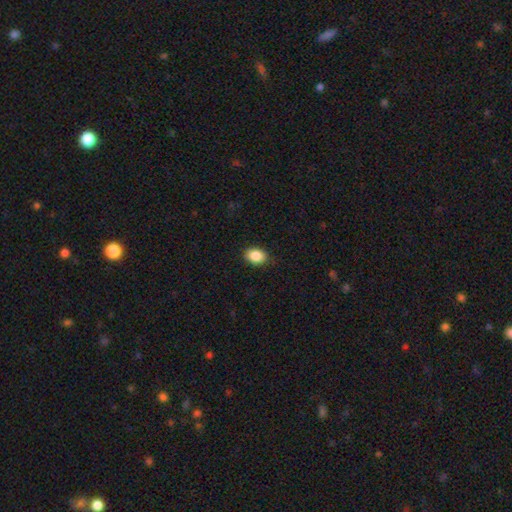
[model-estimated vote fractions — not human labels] Q: Smooth or featured?
A: smooth (88%); runner-up: star or artifact (8%)
Q: How rounded?
A: in between (72%); runner-up: round (26%)
Q: Merging?
A: none (88%); runner-up: minor disturbance (9%)